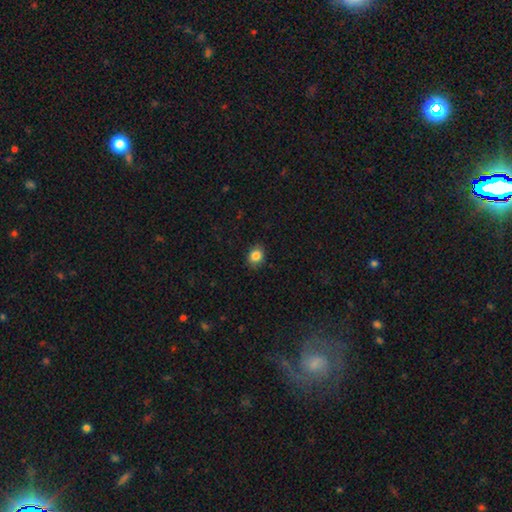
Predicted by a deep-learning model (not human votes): Smooth or featured? smooth (85%)
How rounded? round (60%)
Merging? none (88%)